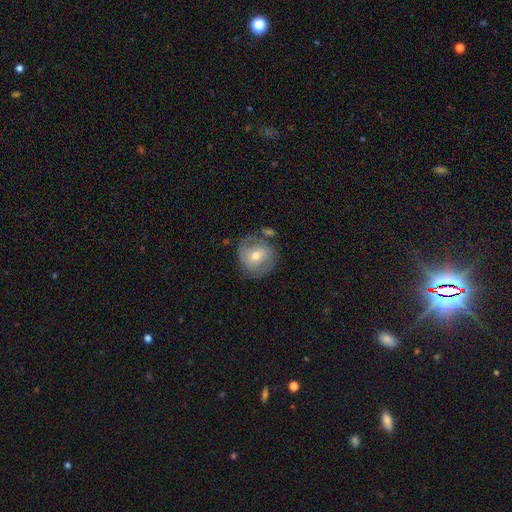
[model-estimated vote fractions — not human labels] A smooth galaxy with no disk features (50%) that is round (87%). Merging: none (64%).